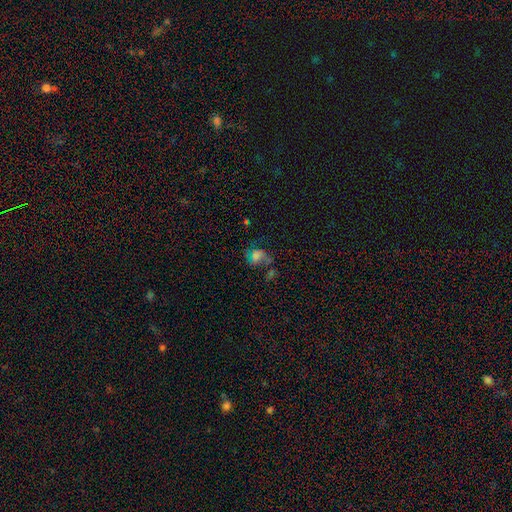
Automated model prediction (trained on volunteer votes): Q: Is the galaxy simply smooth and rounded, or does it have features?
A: smooth — 43%.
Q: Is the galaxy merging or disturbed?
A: major disturbance — 37%.